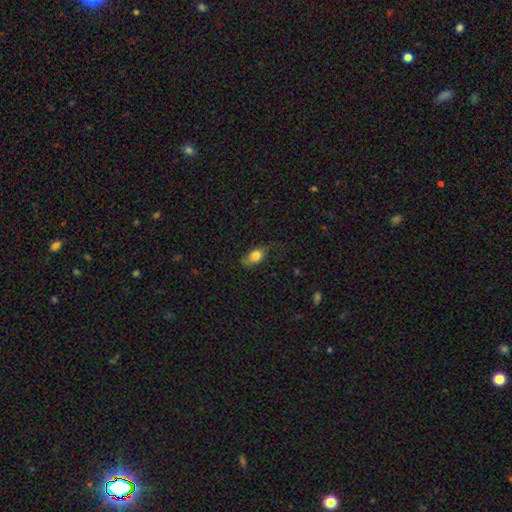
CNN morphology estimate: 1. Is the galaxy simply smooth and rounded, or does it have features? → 79% smooth, 13% featured or disk, 8% star or artifact.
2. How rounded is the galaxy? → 80% in between, 15% round, 5% cigar-shaped.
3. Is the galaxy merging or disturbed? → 61% none, 27% minor disturbance, 10% major disturbance, 1% merger.